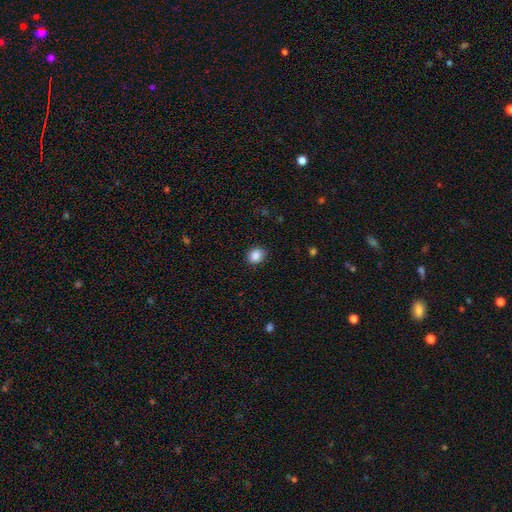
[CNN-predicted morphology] smooth-or-featured: smooth: 87% | star or artifact: 9% | featured or disk: 4%
  how-rounded: round: 55% | in between: 44% | cigar-shaped: 1%
  merging: none: 87% | minor disturbance: 10% | major disturbance: 2% | merger: 1%